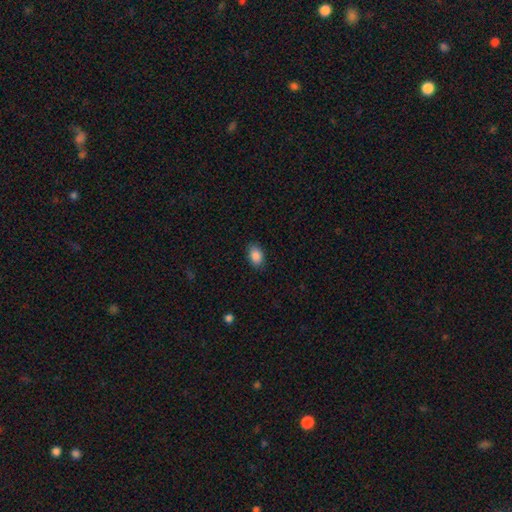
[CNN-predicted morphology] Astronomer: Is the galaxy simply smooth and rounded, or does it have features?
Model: smooth — 88%.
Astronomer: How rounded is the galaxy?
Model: in between — 85%.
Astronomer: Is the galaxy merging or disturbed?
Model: none — 86%.